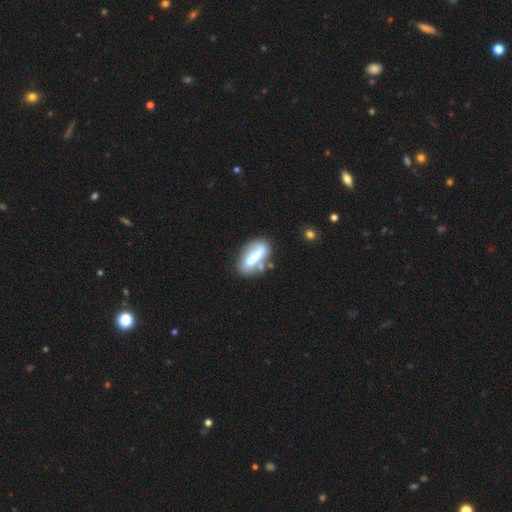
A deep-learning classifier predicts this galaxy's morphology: A smooth galaxy with no disk features (52%) that is in between round and cigar-shaped (56%).

Vote fractions:
- Smooth or featured? smooth: 52% / featured or disk: 41% / star or artifact: 7%
- How rounded? in between: 56% / cigar-shaped: 41% / round: 4%
- Merging? none: 59% / minor disturbance: 20% / merger: 13% / major disturbance: 8%